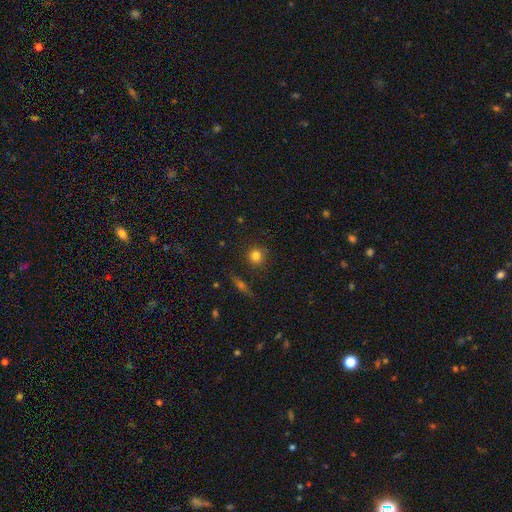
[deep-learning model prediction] This appears to be a smooth galaxy with no disk features (81%) that is round (92%). Merging: none (86%).